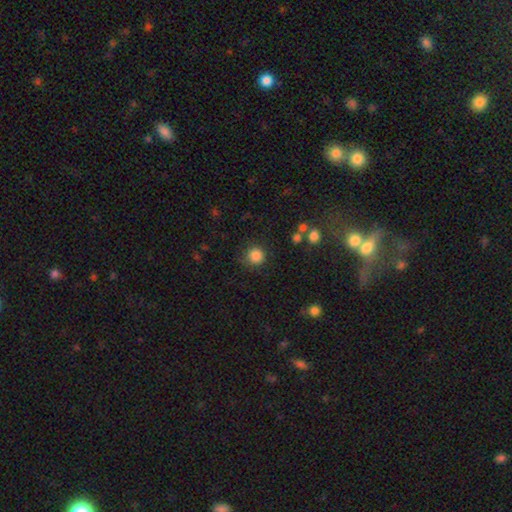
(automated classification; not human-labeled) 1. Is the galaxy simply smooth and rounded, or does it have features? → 86% smooth, 10% star or artifact, 4% featured or disk.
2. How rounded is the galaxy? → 94% round, 5% in between, 1% cigar-shaped.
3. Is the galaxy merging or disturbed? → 81% none, 12% minor disturbance, 4% major disturbance, 2% merger.